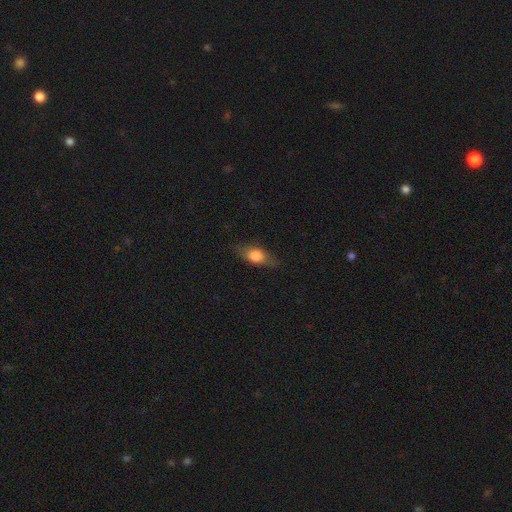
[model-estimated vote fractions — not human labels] Smooth or featured?
  - smooth: 67% *
  - featured or disk: 25%
  - star or artifact: 8%
How rounded?
  - in between: 70% *
  - cigar-shaped: 20%
  - round: 10%
Merging?
  - none: 78% *
  - minor disturbance: 16%
  - major disturbance: 4%
  - merger: 1%